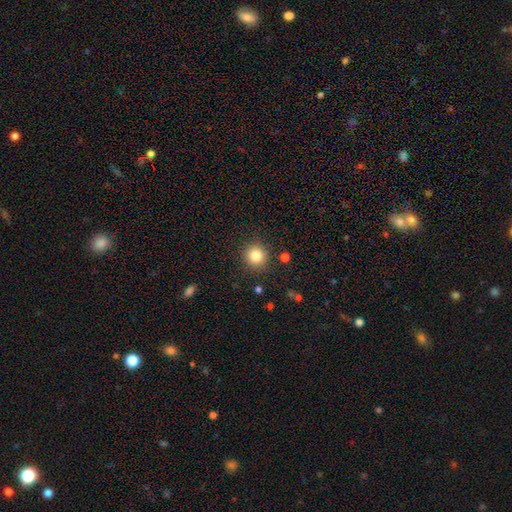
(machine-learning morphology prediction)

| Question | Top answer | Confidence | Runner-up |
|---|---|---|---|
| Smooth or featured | smooth | 83% | star or artifact (11%) |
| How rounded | round | 93% | in between (6%) |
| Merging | none | 88% | minor disturbance (7%) |